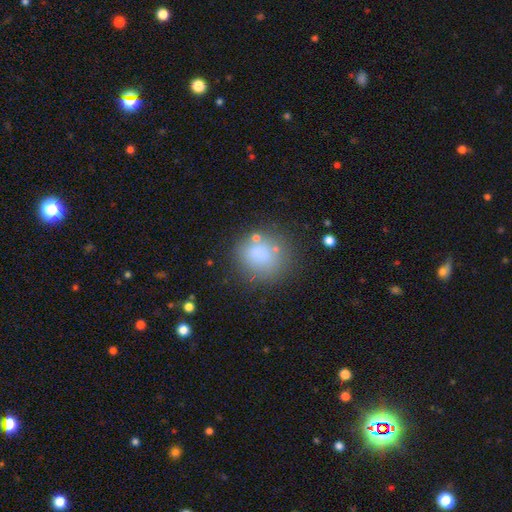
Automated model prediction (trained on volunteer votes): Smooth or featured? smooth (66%)
How rounded? round (78%)
Merging? none (77%)